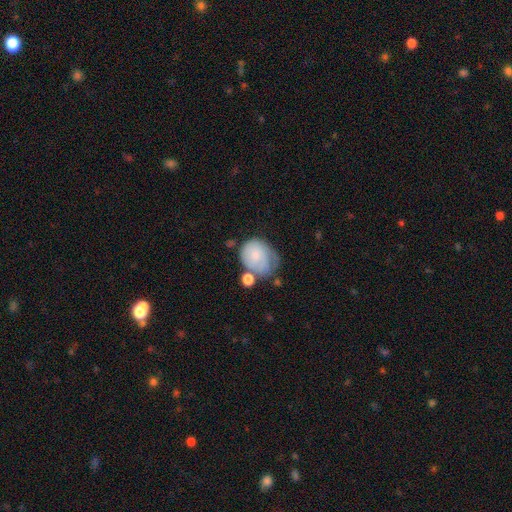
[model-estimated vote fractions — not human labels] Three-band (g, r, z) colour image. It shows a smooth galaxy with no disk features (64%) that is round (55%). Merging: none (33%).